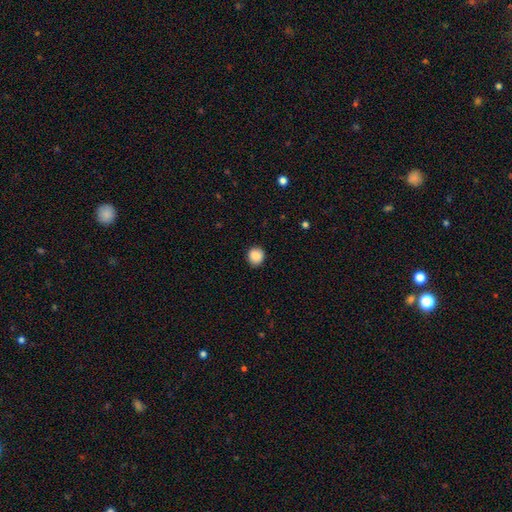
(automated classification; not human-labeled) smooth-or-featured: smooth: 88% | star or artifact: 9% | featured or disk: 3%
  how-rounded: round: 86% | in between: 13% | cigar-shaped: 1%
  merging: none: 90% | minor disturbance: 7% | major disturbance: 2% | merger: 1%